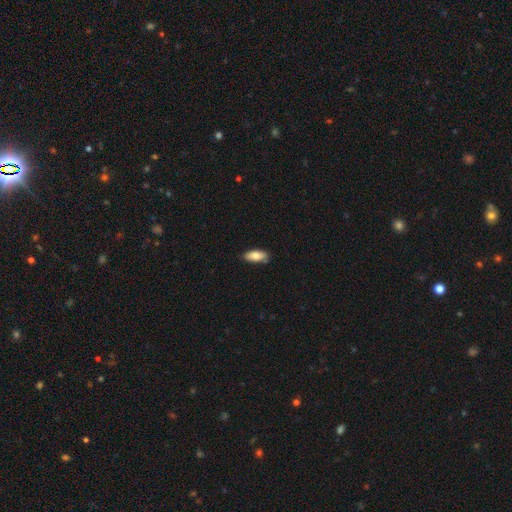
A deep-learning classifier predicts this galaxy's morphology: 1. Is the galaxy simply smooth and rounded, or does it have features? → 81% smooth, 13% featured or disk, 6% star or artifact.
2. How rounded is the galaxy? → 84% in between, 14% cigar-shaped, 2% round.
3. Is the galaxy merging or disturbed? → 81% none, 16% minor disturbance, 2% major disturbance, 2% merger.